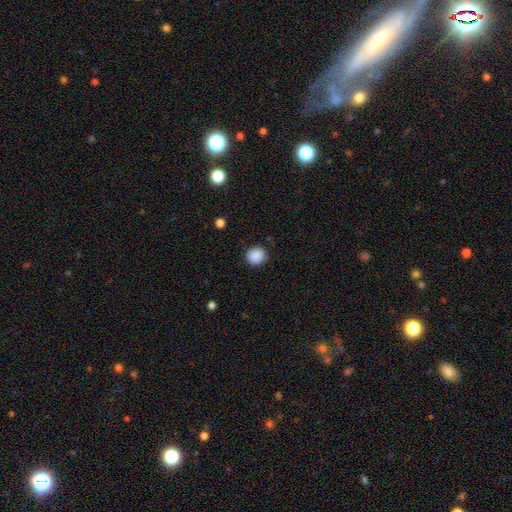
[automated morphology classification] The model was most divided on "how rounded": round: 88%, in between: 11%, cigar-shaped: 1%. More confident: merging — none (89%); smooth or featured — smooth (89%).